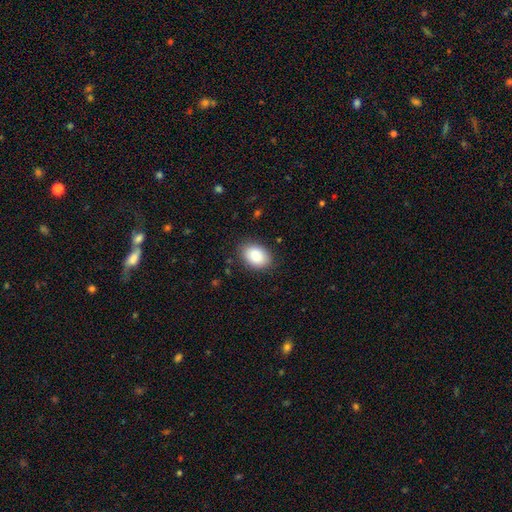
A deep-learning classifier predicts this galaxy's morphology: The model was most divided on "how rounded": in between: 84%, round: 15%, cigar-shaped: 1%. More confident: smooth or featured — smooth (88%); merging — none (84%).